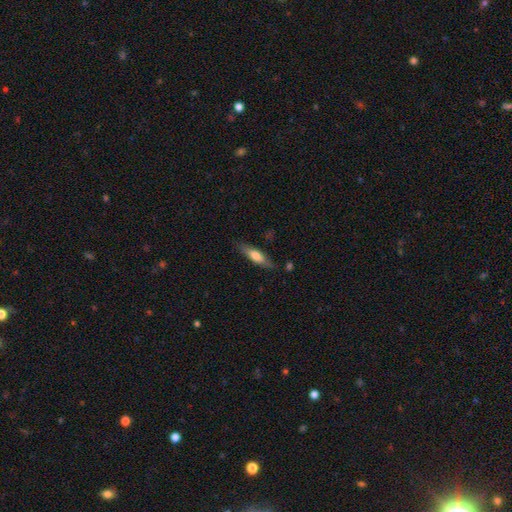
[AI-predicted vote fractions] Overall: smooth (64%; featured or disk 30%). How rounded: cigar-shaped (62%; in between 36%). Merging: none (80%).